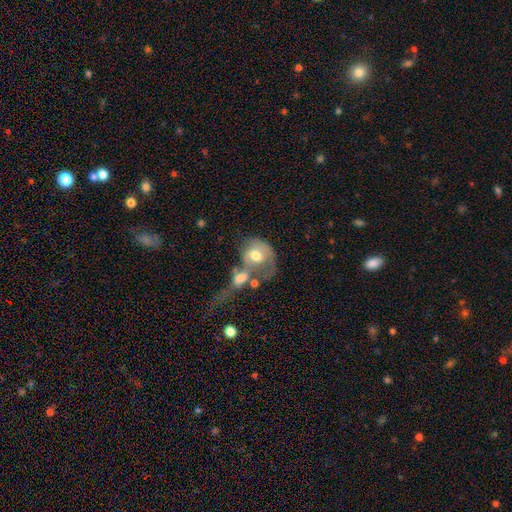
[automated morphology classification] smooth-or-featured: smooth: 51% | featured or disk: 41% | star or artifact: 8%
  how-rounded: in between: 53% | round: 45% | cigar-shaped: 2%
  merging: merger: 57% | major disturbance: 22% | none: 12% | minor disturbance: 9%